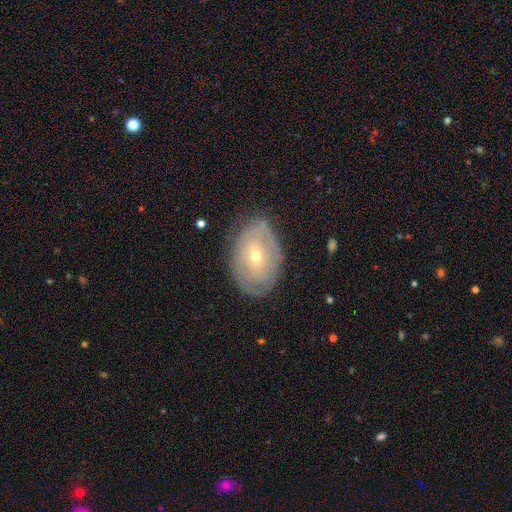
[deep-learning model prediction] A featured or disk galaxy (64%) with no bar (55%), spiral arms (57%) and a small central bulge (63%).

Vote fractions:
- Smooth or featured? featured or disk: 64% / smooth: 29% / star or artifact: 7%
- Edge-on disk? no: 93% / yes: 7%
- Bar? no: 55% / weak: 33% / strong: 12%
- Spiral arms? yes: 57% / no: 43%
- Bulge size? small: 63% / moderate: 34% / large: 1% / none: 1% / dominant: 1%
- Merging? none: 75% / minor disturbance: 18% / major disturbance: 6% / merger: 1%